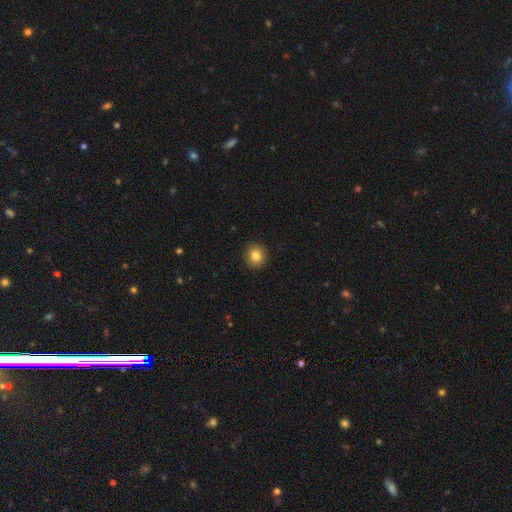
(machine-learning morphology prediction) smooth_or_featured: smooth (p=0.83) [alt: star or artifact p=0.10]
how_rounded: round (p=0.89) [alt: in between p=0.10]
merging: none (p=0.92) [alt: minor disturbance p=0.05]